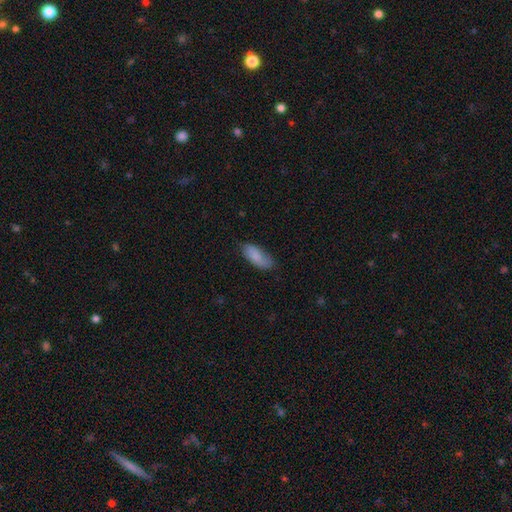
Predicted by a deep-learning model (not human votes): This appears to be a smooth galaxy with no disk features (82%) that is in between round and cigar-shaped (83%). Merging: none (72%).